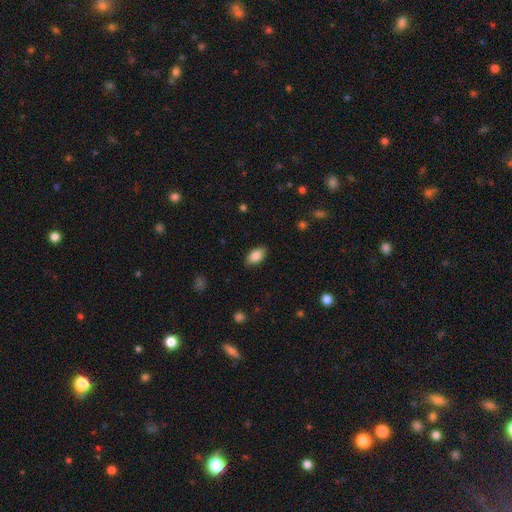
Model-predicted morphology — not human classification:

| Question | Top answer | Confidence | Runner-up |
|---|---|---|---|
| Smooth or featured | smooth | 85% | featured or disk (7%) |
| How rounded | in between | 93% | round (5%) |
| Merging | none | 86% | minor disturbance (10%) |